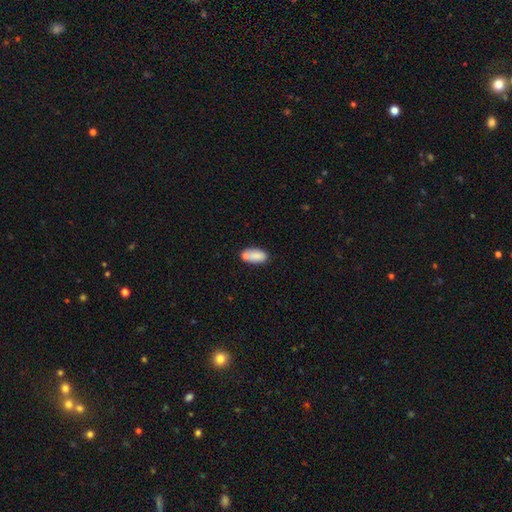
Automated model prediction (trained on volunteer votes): Smooth or featured?
  - smooth: 82% *
  - featured or disk: 11%
  - star or artifact: 7%
How rounded?
  - in between: 90% *
  - cigar-shaped: 6%
  - round: 4%
Merging?
  - none: 59% *
  - merger: 21%
  - minor disturbance: 16%
  - major disturbance: 4%